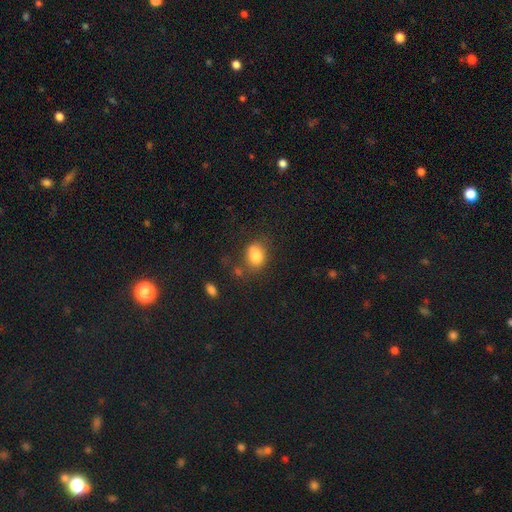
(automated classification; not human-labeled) smooth_or_featured: smooth (p=0.78) [alt: star or artifact p=0.11]
how_rounded: in between (p=0.54) [alt: round p=0.45]
merging: none (p=0.47) [alt: minor disturbance p=0.23]